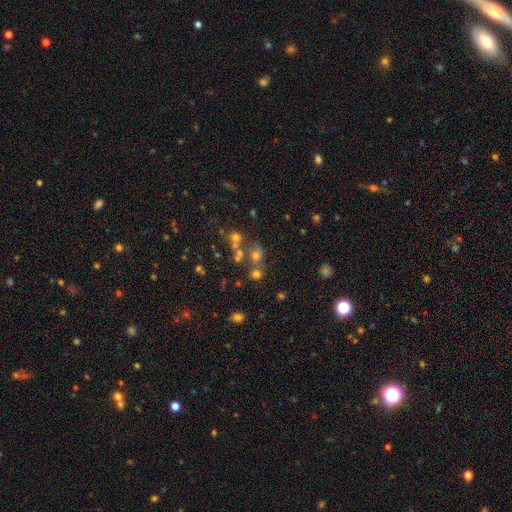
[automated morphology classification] A smooth galaxy with no disk features (45%).

Vote fractions:
- Smooth or featured? smooth: 45% / star or artifact: 35% / featured or disk: 20%
- Merging? none: 50% / merger: 33% / minor disturbance: 10% / major disturbance: 7%